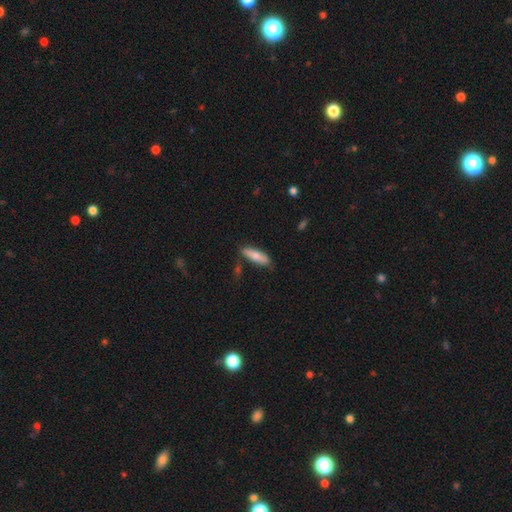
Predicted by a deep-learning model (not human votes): smooth-or-featured: smooth: 70% | featured or disk: 24% | star or artifact: 6%
  how-rounded: in between: 50% | cigar-shaped: 48% | round: 2%
  merging: none: 74% | minor disturbance: 18% | merger: 4% | major disturbance: 4%